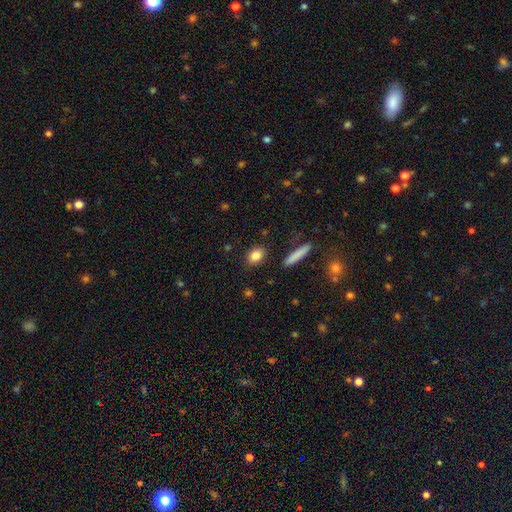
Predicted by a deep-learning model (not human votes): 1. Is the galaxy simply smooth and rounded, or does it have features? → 85% smooth, 8% star or artifact, 7% featured or disk.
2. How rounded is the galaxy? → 67% in between, 29% round, 4% cigar-shaped.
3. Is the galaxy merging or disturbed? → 87% none, 8% minor disturbance, 2% major disturbance, 2% merger.